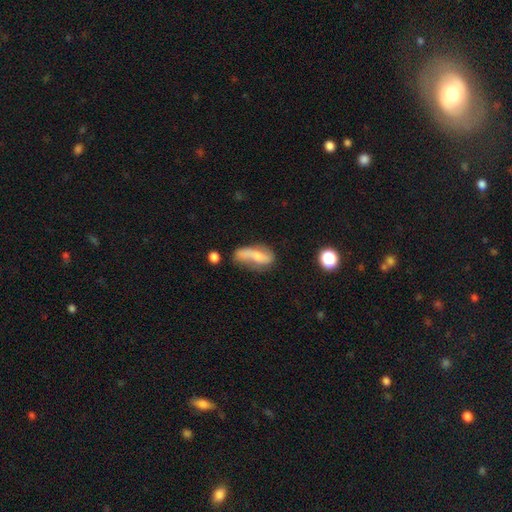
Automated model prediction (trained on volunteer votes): This appears to be a smooth galaxy with no disk features (47%). Merging: none (41%).